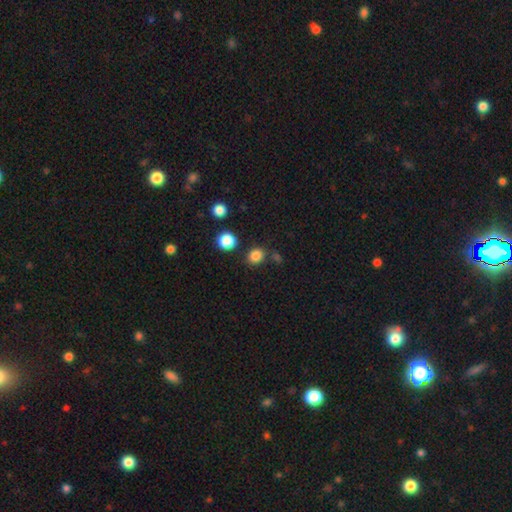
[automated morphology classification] Smooth or featured? smooth (83%)
How rounded? round (66%)
Merging? none (79%)